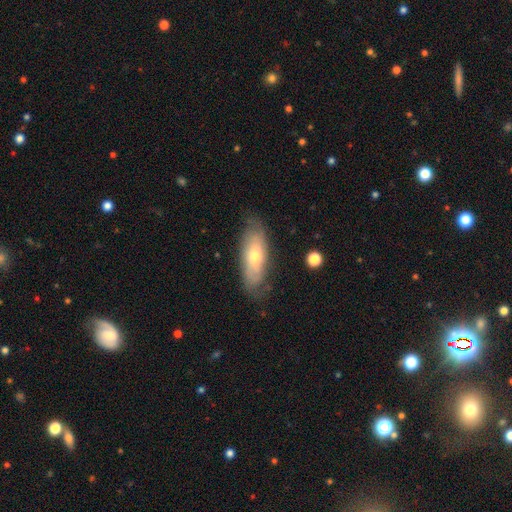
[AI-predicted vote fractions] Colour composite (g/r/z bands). It shows a featured or disk galaxy (48%). Merging: none (74%).